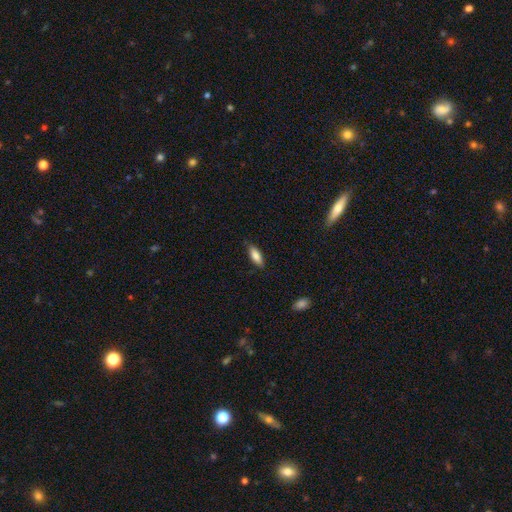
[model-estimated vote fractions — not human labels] This is clearly a smooth galaxy (83%). How rounded: likely in between (68%). Merging: clearly none (83%).